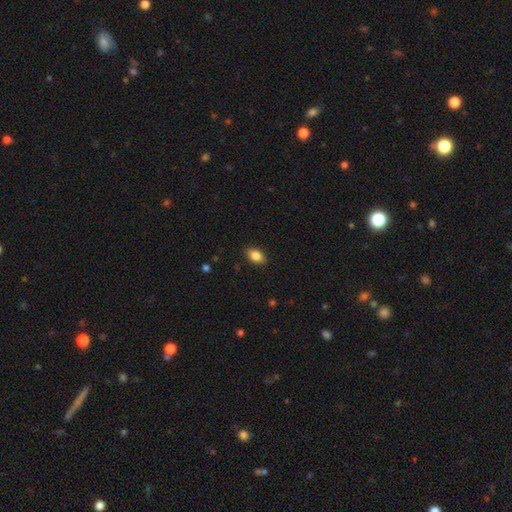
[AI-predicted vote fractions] Smooth or featured? smooth (86%)
How rounded? in between (88%)
Merging? none (88%)